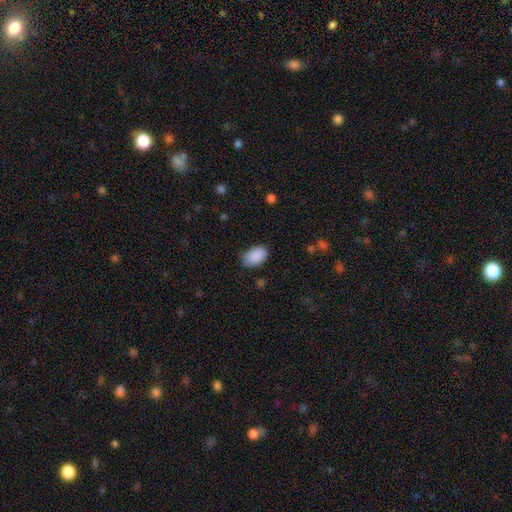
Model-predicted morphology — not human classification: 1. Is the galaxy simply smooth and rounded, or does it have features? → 90% smooth, 7% star or artifact, 3% featured or disk.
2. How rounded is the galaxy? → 93% in between, 6% round, 1% cigar-shaped.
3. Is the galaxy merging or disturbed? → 81% none, 14% minor disturbance, 3% major disturbance, 1% merger.